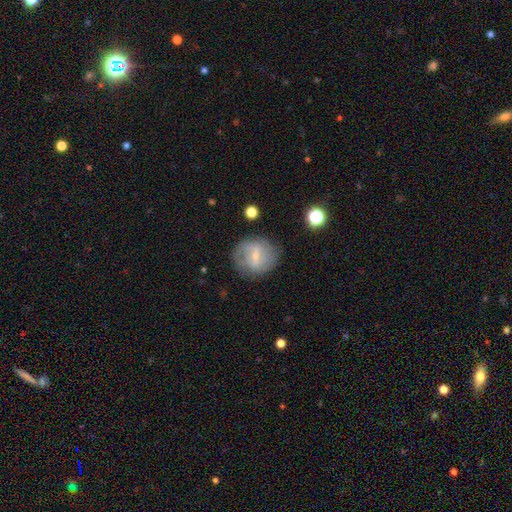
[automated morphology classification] Overall: featured or disk (57%; smooth 35%). Edge-on disk: no (96%). Bar: weak (54%; strong 27%). Spiral arms: yes (66%; no 34%). Bulge size: small (69%). Merging: none (74%).